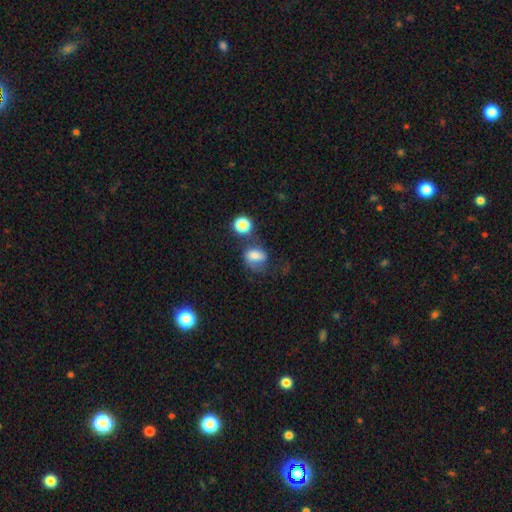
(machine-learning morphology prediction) This is likely a smooth galaxy (67%). How rounded: likely in between (61%). Merging: marginally none (35%).